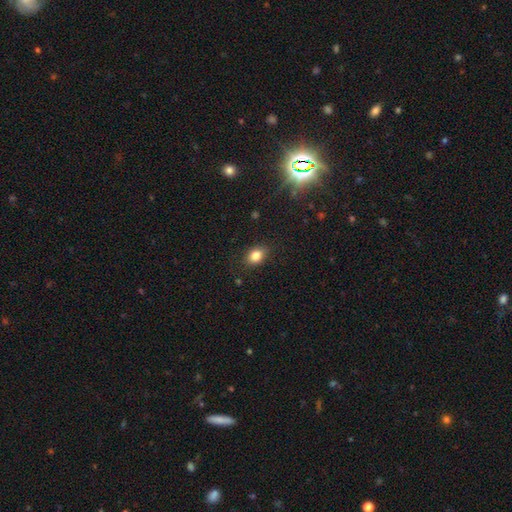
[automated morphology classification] The model was most divided on "how rounded": in between: 66%, round: 32%, cigar-shaped: 1%. More confident: merging — none (84%); smooth or featured — smooth (83%).